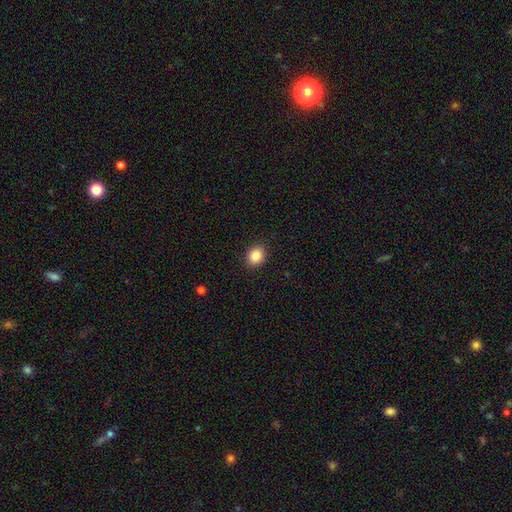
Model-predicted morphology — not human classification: Q: Smooth or featured?
A: smooth (86%); runner-up: star or artifact (10%)
Q: How rounded?
A: round (61%); runner-up: in between (39%)
Q: Merging?
A: none (90%); runner-up: minor disturbance (7%)